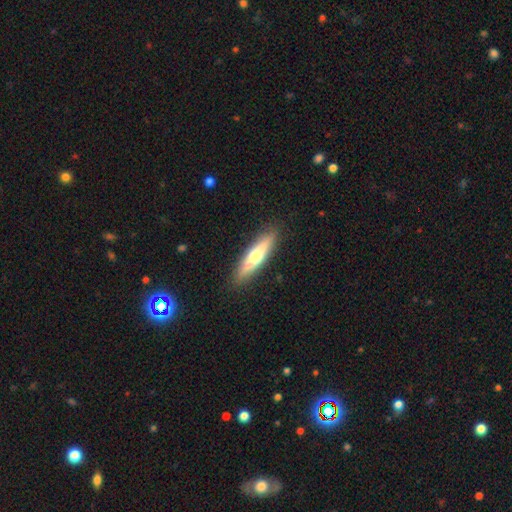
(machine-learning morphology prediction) Smooth or featured?
  - smooth: 52% *
  - featured or disk: 42%
  - star or artifact: 6%
How rounded?
  - cigar-shaped: 78% *
  - in between: 20%
  - round: 2%
Merging?
  - none: 90% *
  - minor disturbance: 8%
  - major disturbance: 2%
  - merger: 1%